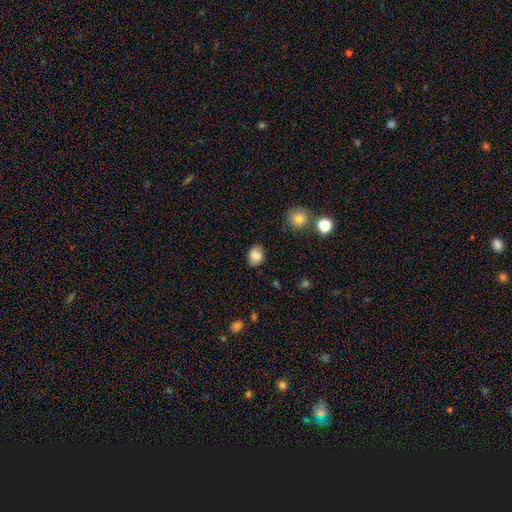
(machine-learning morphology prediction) A smooth galaxy with no disk features (81%) that is in between round and cigar-shaped (64%). Merging: none (82%).